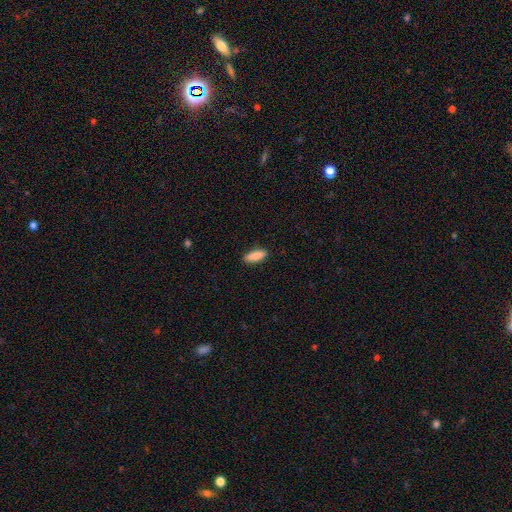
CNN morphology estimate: A smooth galaxy with no disk features (89%) that is in between round and cigar-shaped (60%). Merging: none (88%).